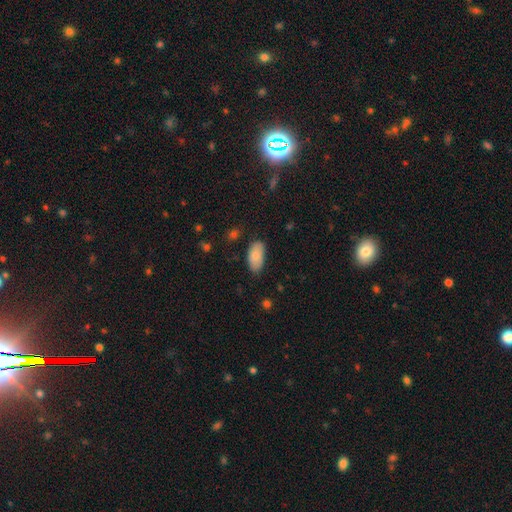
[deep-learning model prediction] smooth_or_featured: smooth (p=0.83) [alt: featured or disk p=0.10]
how_rounded: in between (p=0.94) [alt: round p=0.03]
merging: none (p=0.77) [alt: minor disturbance p=0.18]